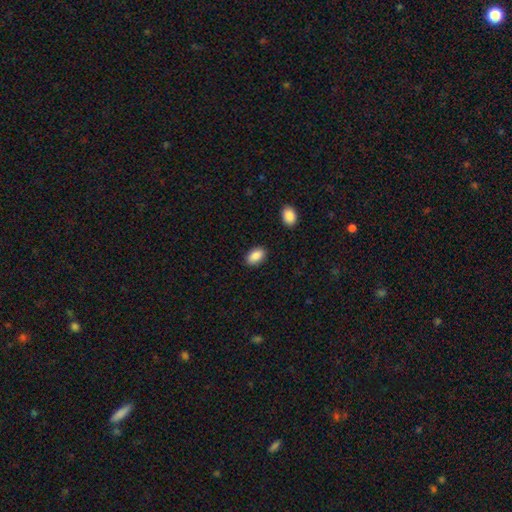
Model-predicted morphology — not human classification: This is clearly a smooth galaxy (89%). How rounded: clearly in between (91%). Merging: clearly none (87%).